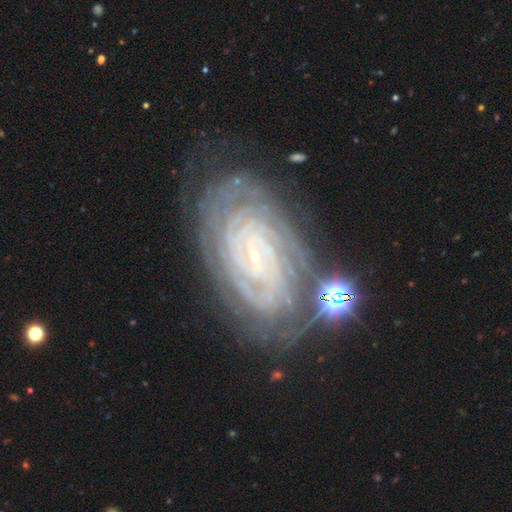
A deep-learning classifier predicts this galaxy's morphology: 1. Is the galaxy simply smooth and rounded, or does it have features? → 89% featured or disk, 6% star or artifact, 5% smooth.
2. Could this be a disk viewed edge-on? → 97% no, 3% yes.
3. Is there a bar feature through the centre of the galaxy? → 53% no, 31% weak, 16% strong.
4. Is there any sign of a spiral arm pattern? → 98% yes, 2% no.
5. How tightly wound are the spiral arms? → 86% tight, 12% medium, 2% loose.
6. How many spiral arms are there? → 23% can't tell, 21% 2, 19% 4, 15% 3, 14% more than 4, 7% 1.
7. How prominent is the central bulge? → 87% small, 7% moderate, 4% none, 1% large, 1% dominant.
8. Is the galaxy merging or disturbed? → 71% none, 18% minor disturbance, 6% major disturbance, 5% merger.